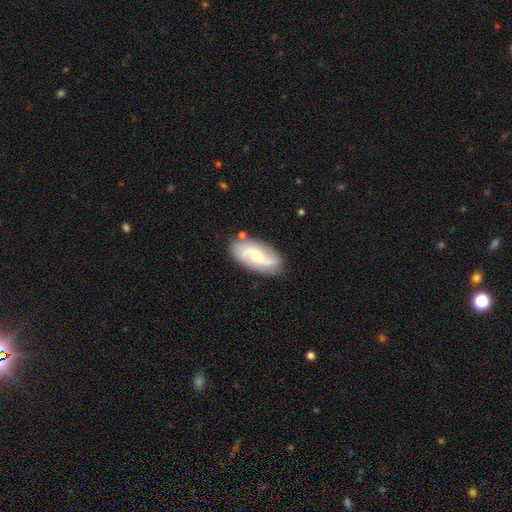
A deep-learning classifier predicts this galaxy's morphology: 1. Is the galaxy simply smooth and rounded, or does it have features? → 68% featured or disk, 26% smooth, 6% star or artifact.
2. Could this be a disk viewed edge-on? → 95% no, 5% yes.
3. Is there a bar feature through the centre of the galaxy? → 50% no, 41% weak, 9% strong.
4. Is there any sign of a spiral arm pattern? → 93% yes, 7% no.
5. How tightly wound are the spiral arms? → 44% loose, 40% medium, 16% tight.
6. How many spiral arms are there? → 78% 2, 10% can't tell, 6% 3, 3% 1, 2% 4, 1% more than 4.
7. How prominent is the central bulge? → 46% small, 40% moderate, 7% none, 6% large, 2% dominant.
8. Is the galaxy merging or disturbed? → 79% none, 14% minor disturbance, 4% major disturbance, 3% merger.